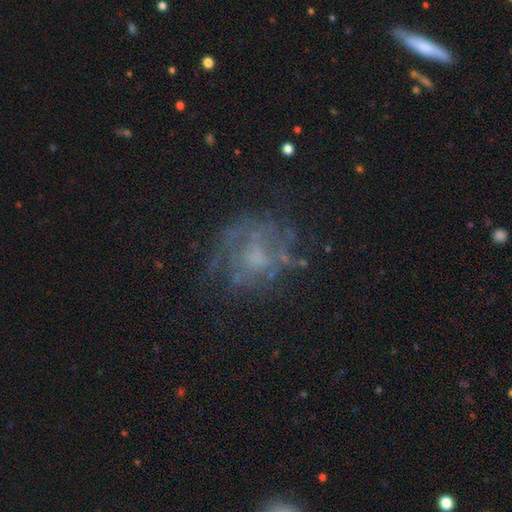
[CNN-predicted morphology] This appears to be a featured or disk galaxy (64%) with no bar (78%), spiral arms (51%) and a moderate central bulge (34%). Merging: none (63%).